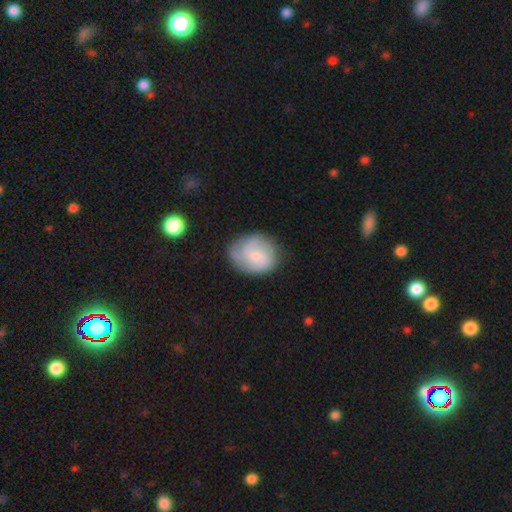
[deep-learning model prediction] Q: Smooth or featured?
A: featured or disk (58%); runner-up: smooth (35%)
Q: Edge-on disk?
A: no (98%); runner-up: yes (2%)
Q: Bar?
A: no (61%); runner-up: weak (35%)
Q: Spiral arms?
A: yes (91%); runner-up: no (9%)
Q: Spiral winding?
A: medium (43%); runner-up: tight (40%)
Q: Spiral arm count?
A: 2 (42%); runner-up: 3 (24%)
Q: Bulge size?
A: small (54%); runner-up: moderate (30%)
Q: Merging?
A: none (71%); runner-up: minor disturbance (20%)